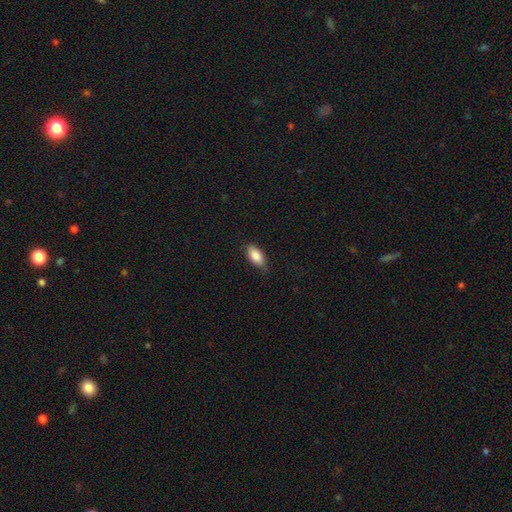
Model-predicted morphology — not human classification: Smooth or featured? Predicted: smooth (p=0.86). How rounded? Predicted: in between (p=0.90). Merging? Predicted: none (p=0.76).